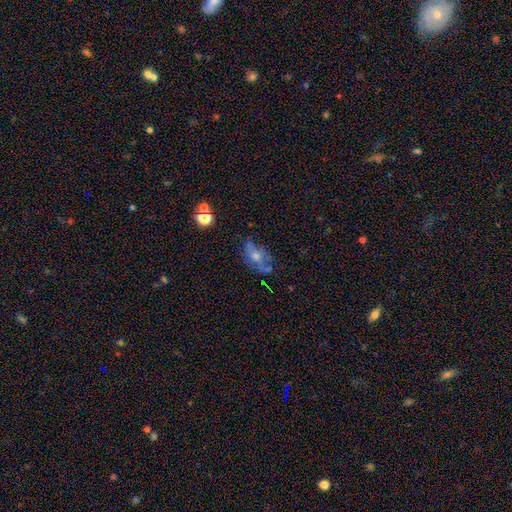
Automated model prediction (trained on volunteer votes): Smooth or featured? featured or disk (48%)
Merging? none (48%)